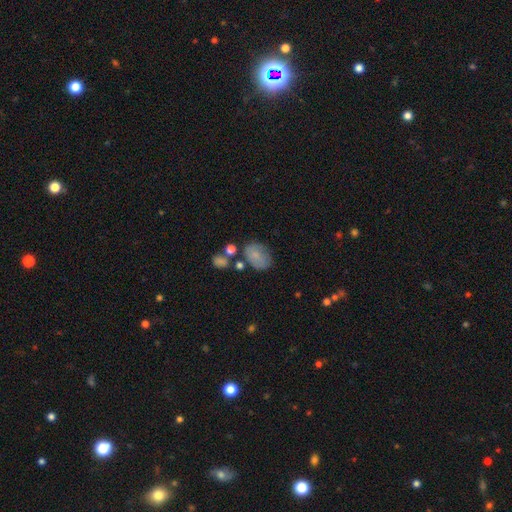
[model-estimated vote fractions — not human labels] Smooth or featured? smooth (76%)
How rounded? in between (78%)
Merging? none (54%)